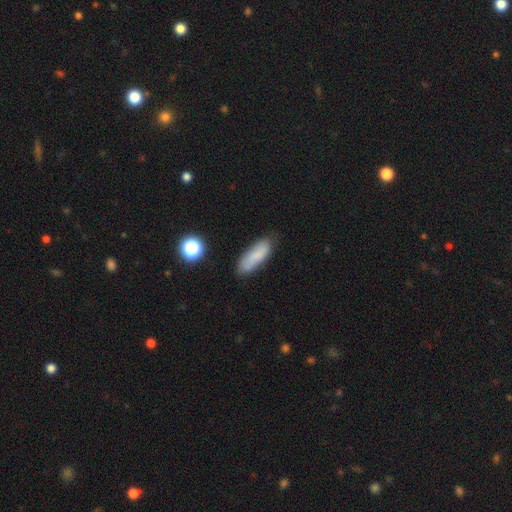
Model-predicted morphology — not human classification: A smooth galaxy with no disk features (74%) that is in between round and cigar-shaped (59%). Merging: none (72%).